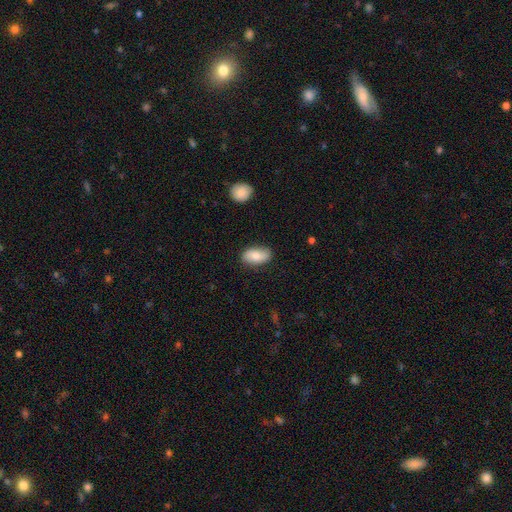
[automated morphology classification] smooth 72%, featured or disk 21%, star or artifact 6%. Down the decision tree: how rounded — in between (93%); merging — none (81%).